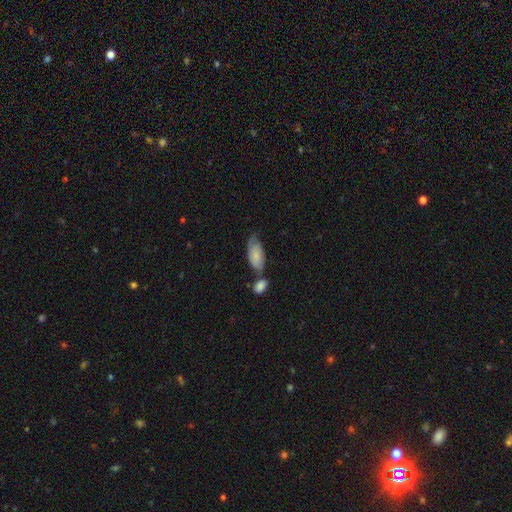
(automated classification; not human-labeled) smooth_or_featured: smooth (p=0.74) [alt: featured or disk p=0.21]
how_rounded: in between (p=0.90) [alt: cigar-shaped p=0.07]
merging: none (p=0.39) [alt: minor disturbance p=0.28]